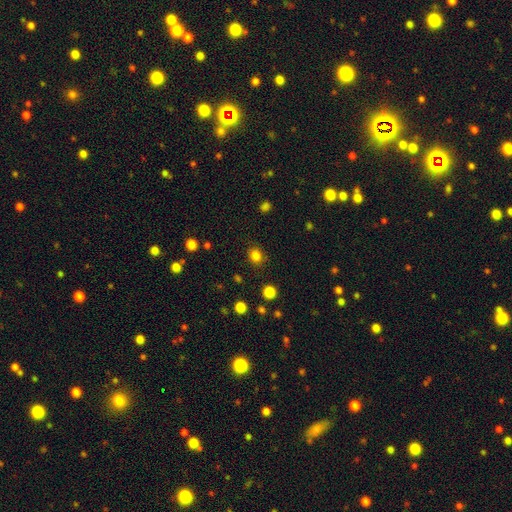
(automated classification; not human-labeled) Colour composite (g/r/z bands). It shows a smooth galaxy with no disk features (82%) that is round (75%). Merging: none (87%).